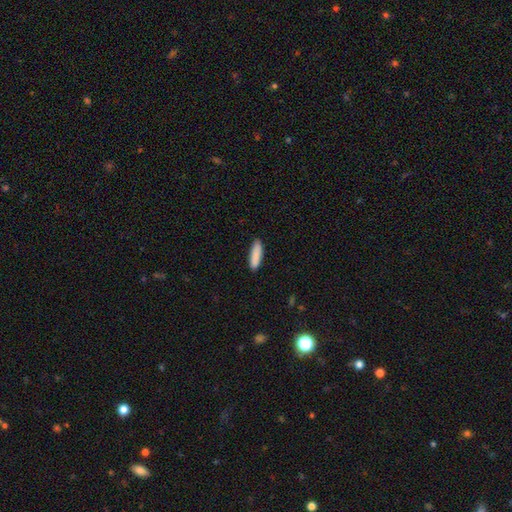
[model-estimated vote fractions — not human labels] The model was most divided on "how rounded": cigar-shaped: 69%, in between: 29%, round: 1%. More confident: merging — none (89%); smooth or featured — smooth (89%).